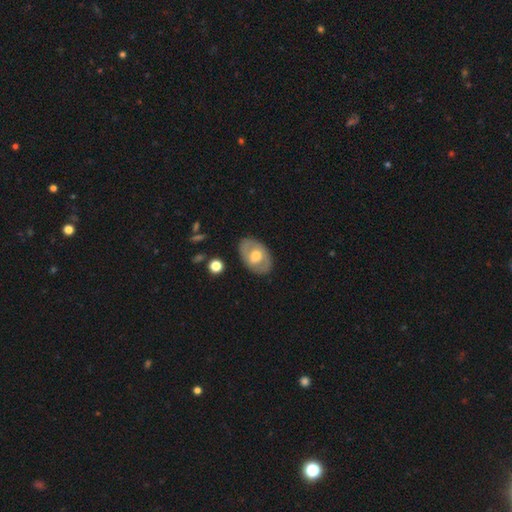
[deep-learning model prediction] smooth-or-featured: smooth: 49% | featured or disk: 45% | star or artifact: 6%
  merging: none: 83% | minor disturbance: 12% | major disturbance: 4% | merger: 2%